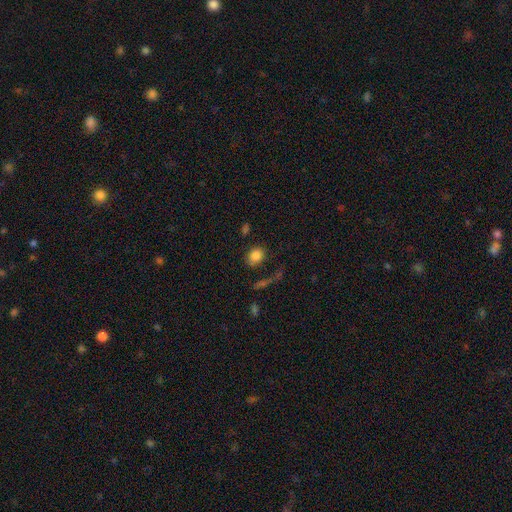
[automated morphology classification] This appears to be a smooth galaxy with no disk features (83%) that is round (49%, tied with in between). Merging: none (71%).